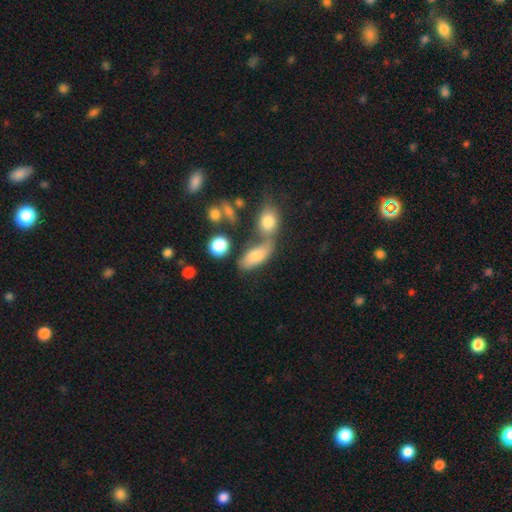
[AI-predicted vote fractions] This is likely a smooth galaxy (72%). How rounded: clearly in between (82%). Merging: possibly merger (46%).